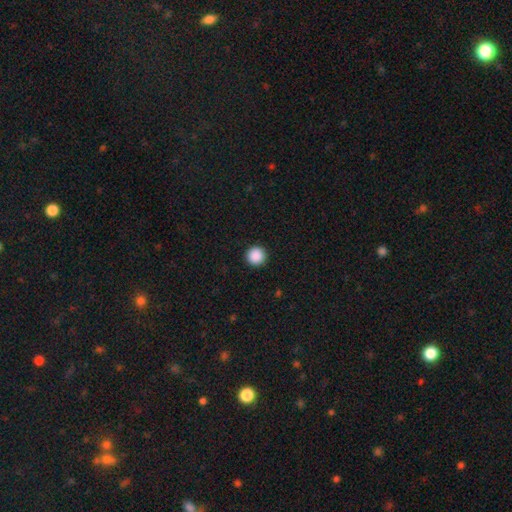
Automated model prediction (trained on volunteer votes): smooth_or_featured: smooth (p=0.89) [alt: star or artifact p=0.09]
how_rounded: round (p=0.96) [alt: in between p=0.03]
merging: none (p=0.93) [alt: minor disturbance p=0.04]